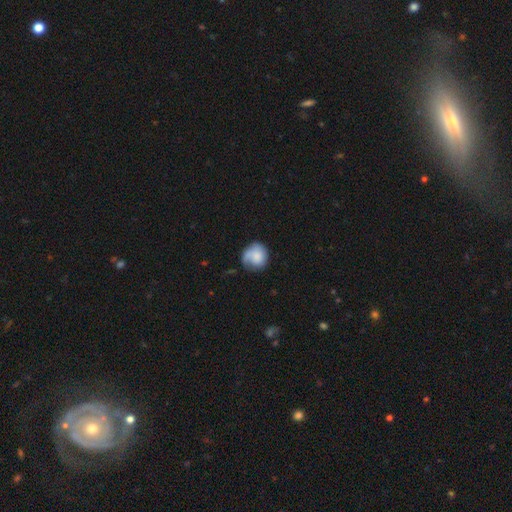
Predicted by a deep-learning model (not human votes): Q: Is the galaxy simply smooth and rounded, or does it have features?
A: smooth — 64%.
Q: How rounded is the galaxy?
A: round — 78%.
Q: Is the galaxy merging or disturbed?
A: none — 52%.